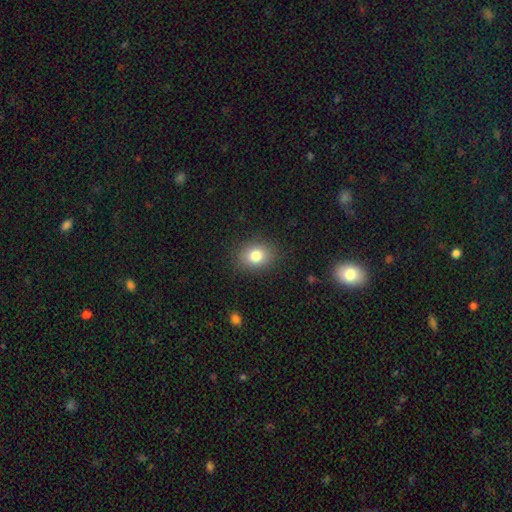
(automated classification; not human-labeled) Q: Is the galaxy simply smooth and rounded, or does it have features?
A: smooth — 81%.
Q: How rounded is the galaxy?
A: in between — 55%.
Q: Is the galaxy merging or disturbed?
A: none — 86%.